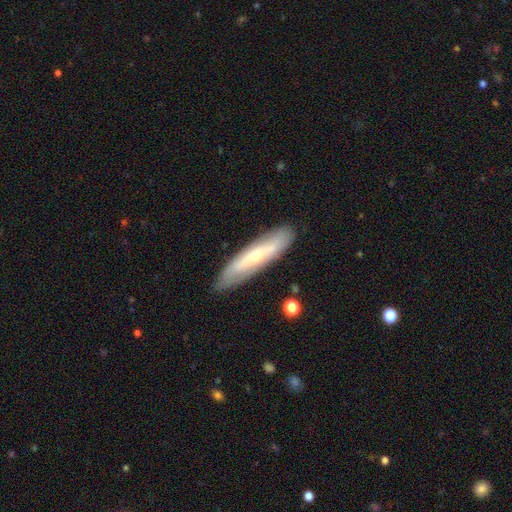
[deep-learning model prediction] This is possibly a featured or disk galaxy (55%). It is possibly not viewed edge-on (50%, tied with yes). Merging: clearly none (83%).